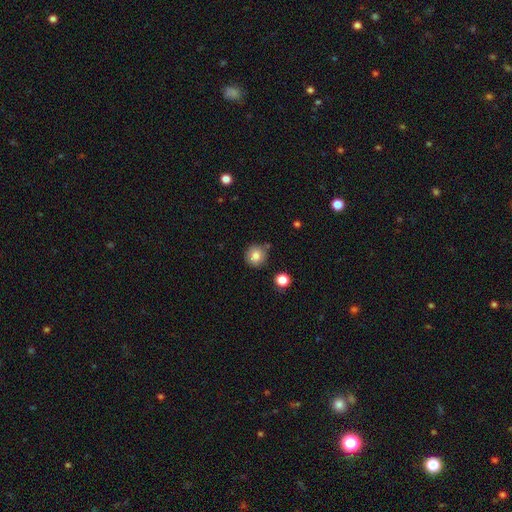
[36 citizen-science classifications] A smooth galaxy with no disk features (86%) that is round (94%). Merging: none (77%).